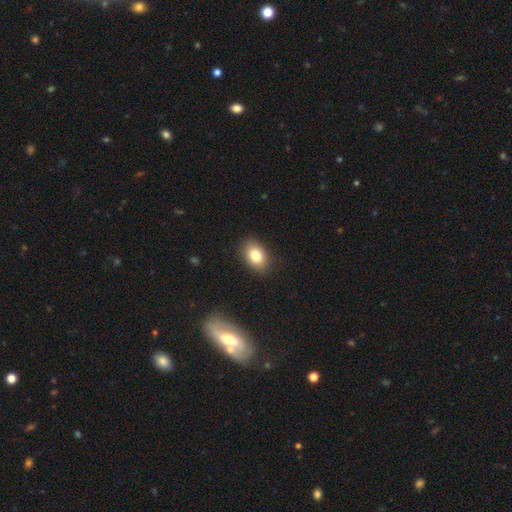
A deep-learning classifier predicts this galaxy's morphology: smooth-or-featured: smooth: 80% | featured or disk: 10% | star or artifact: 9%
  how-rounded: in between: 80% | round: 18% | cigar-shaped: 1%
  merging: none: 87% | minor disturbance: 9% | major disturbance: 2% | merger: 1%